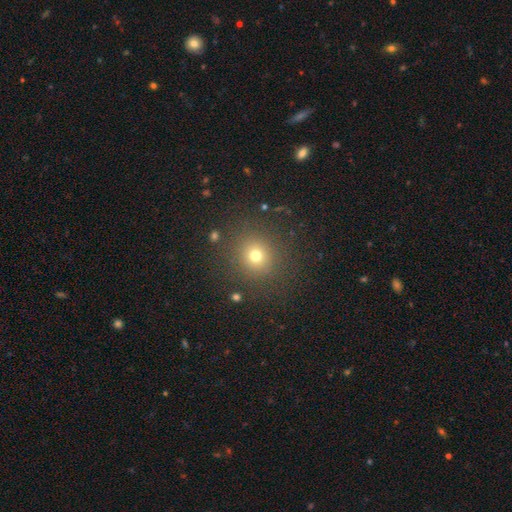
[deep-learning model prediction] Smooth or featured: smooth — 72% (star or artifact — 20%)
How rounded: round — 90% (in between — 9%)
Merging: none — 86% (minor disturbance — 8%)